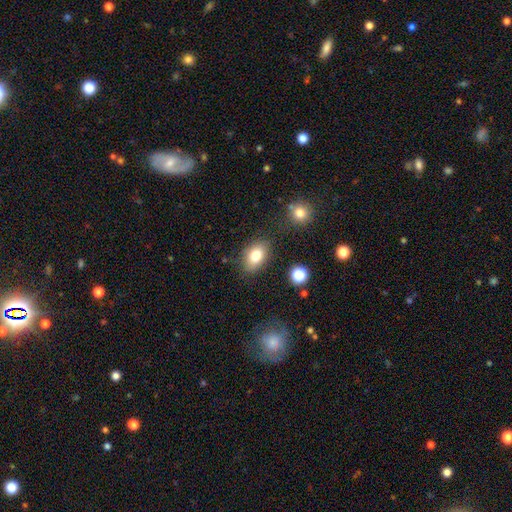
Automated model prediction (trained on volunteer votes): smooth 80%, featured or disk 11%, star or artifact 9%. Down the decision tree: how rounded — in between (85%); merging — none (80%).